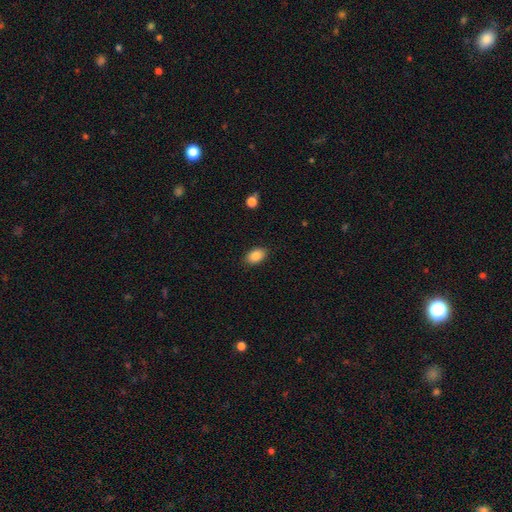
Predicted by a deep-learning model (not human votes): Smooth or featured? smooth (87%)
How rounded? in between (89%)
Merging? none (87%)